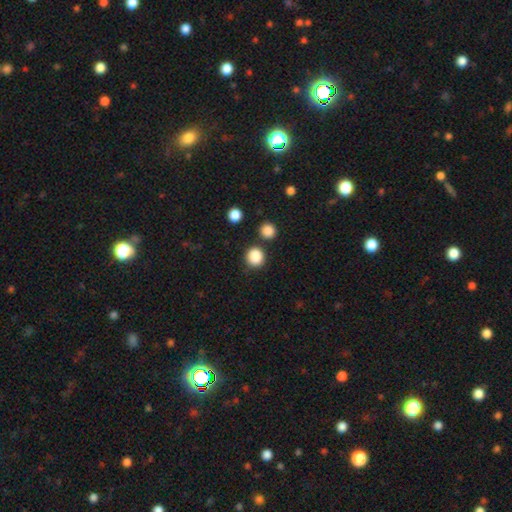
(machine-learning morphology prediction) A smooth galaxy with no disk features (86%) that is round (88%).

Vote fractions:
- Smooth or featured? smooth: 86% / star or artifact: 10% / featured or disk: 4%
- How rounded? round: 88% / in between: 11% / cigar-shaped: 1%
- Merging? none: 81% / minor disturbance: 9% / merger: 8% / major disturbance: 3%